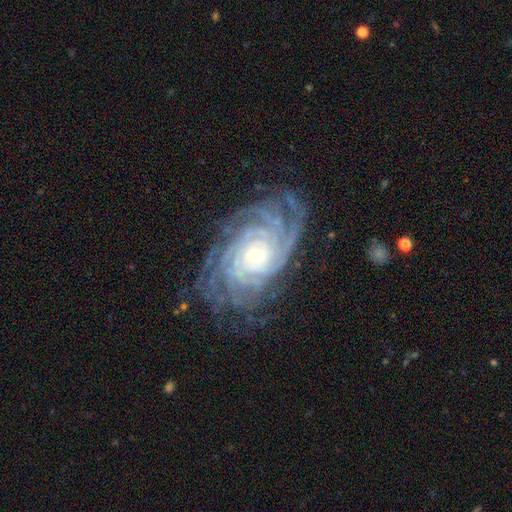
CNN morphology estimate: Smooth or featured? featured or disk (91%)
Edge-on disk? no (97%)
Bar? no (65%)
Spiral arms? yes (98%)
Spiral winding? tight (82%)
Spiral arm count? more than 4 (36%)
Bulge size? small (61%)
Merging? none (76%)